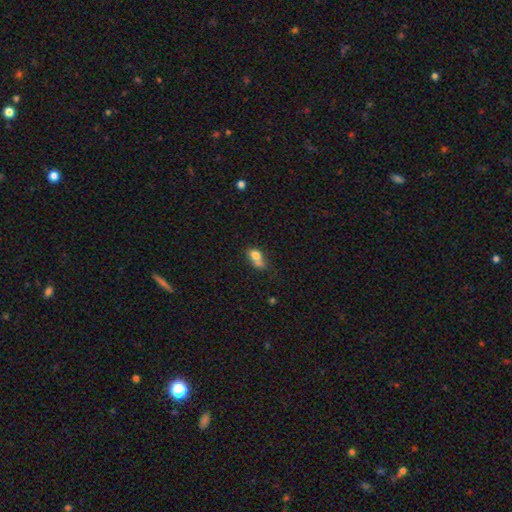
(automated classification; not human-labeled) A smooth galaxy with no disk features (74%) that is in between round and cigar-shaped (62%). Merging: merger (46%).